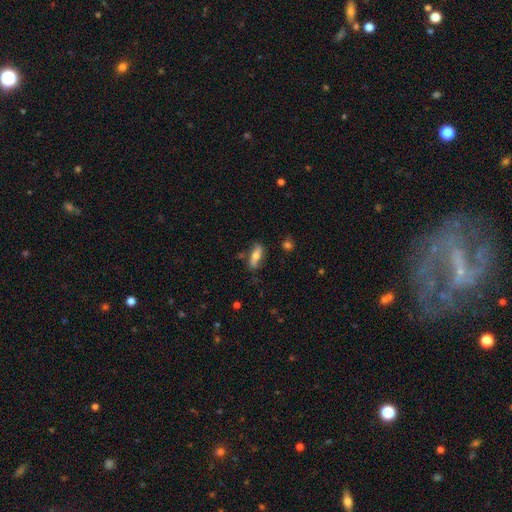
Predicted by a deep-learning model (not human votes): Morphology: type=smooth (55%); roundness=in between (63%); merging=none (70%).